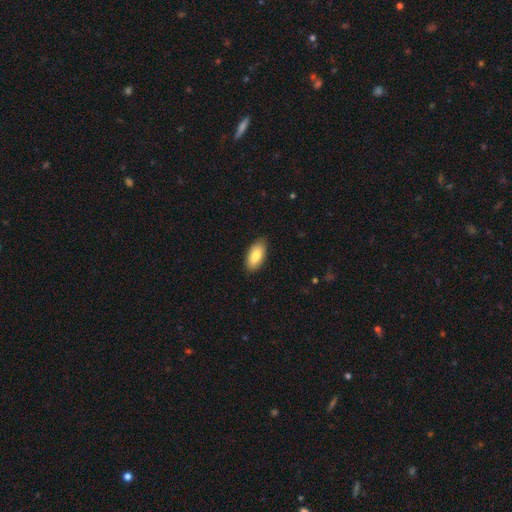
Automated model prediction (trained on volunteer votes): Morphology: type=smooth (84%); roundness=in between (90%); merging=none (86%).